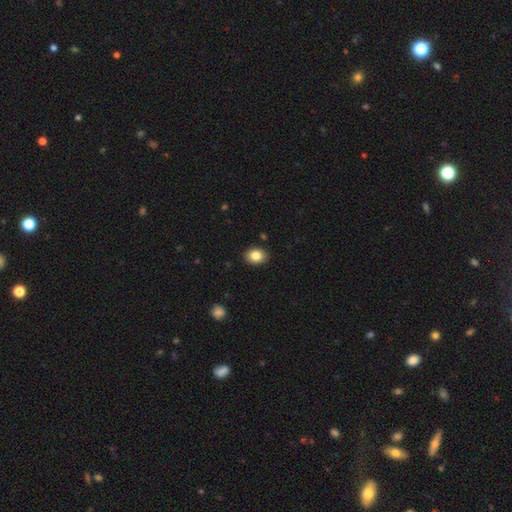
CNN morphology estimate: smooth_or_featured: smooth (p=0.84) [alt: star or artifact p=0.09]
how_rounded: in between (p=0.64) [alt: round p=0.35]
merging: none (p=0.90) [alt: minor disturbance p=0.08]